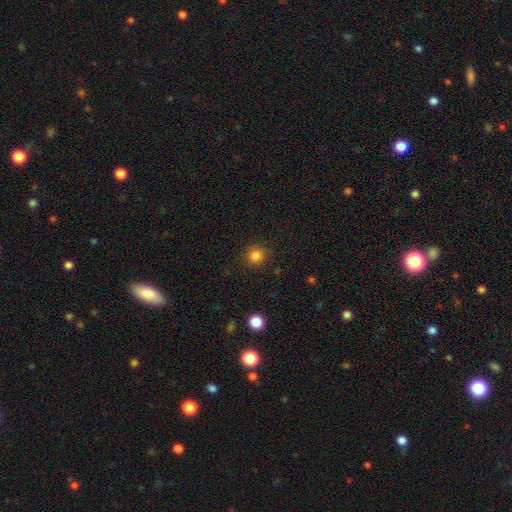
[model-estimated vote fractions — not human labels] Smooth or featured? smooth (84%)
How rounded? round (90%)
Merging? none (88%)